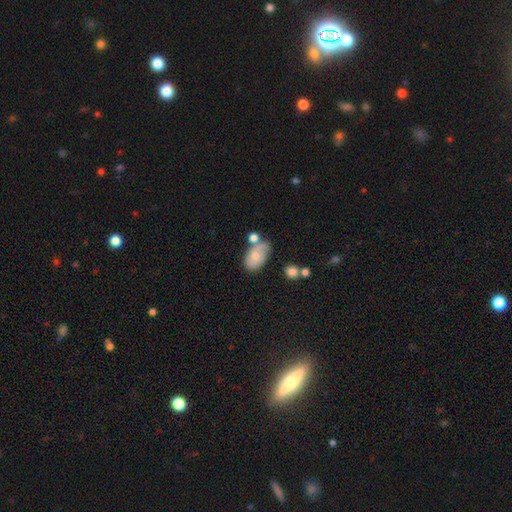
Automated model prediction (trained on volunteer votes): This appears to be a smooth galaxy with no disk features (54%) that is in between round and cigar-shaped (89%). Merging: none (46%).